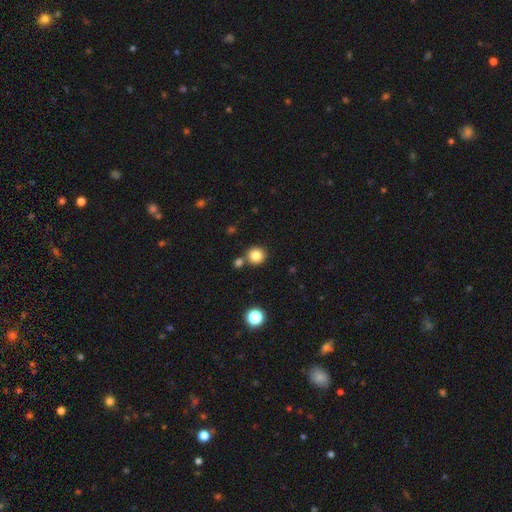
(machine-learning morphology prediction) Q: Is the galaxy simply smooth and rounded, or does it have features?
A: smooth — 83%.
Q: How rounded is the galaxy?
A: round — 92%.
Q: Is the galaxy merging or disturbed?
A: none — 76%.